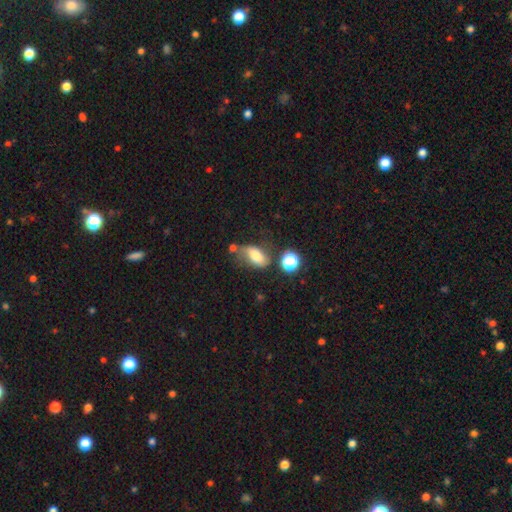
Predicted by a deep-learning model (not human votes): Smooth or featured: smooth — 64% (featured or disk — 23%)
How rounded: in between — 83% (round — 11%)
Merging: none — 44% (minor disturbance — 27%)